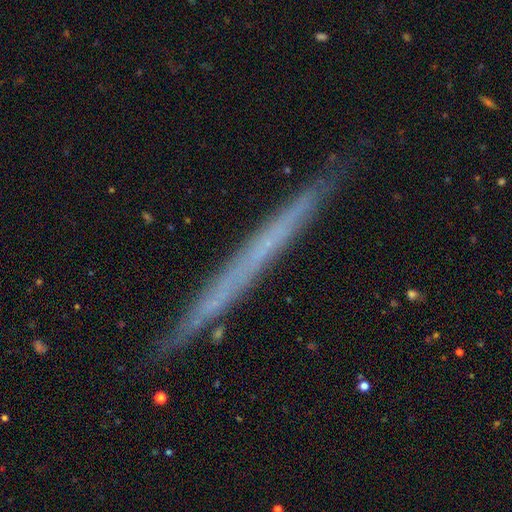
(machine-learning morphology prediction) A featured or disk galaxy (56%) viewed edge-on (97%) with no central bulge (94%).

Vote fractions:
- Smooth or featured? featured or disk: 56% / smooth: 35% / star or artifact: 9%
- Edge-on disk? yes: 97% / no: 3%
- Edge-on bulge? none: 94% / rounded: 4% / boxy: 2%
- Merging? none: 90% / minor disturbance: 7% / major disturbance: 1% / merger: 1%